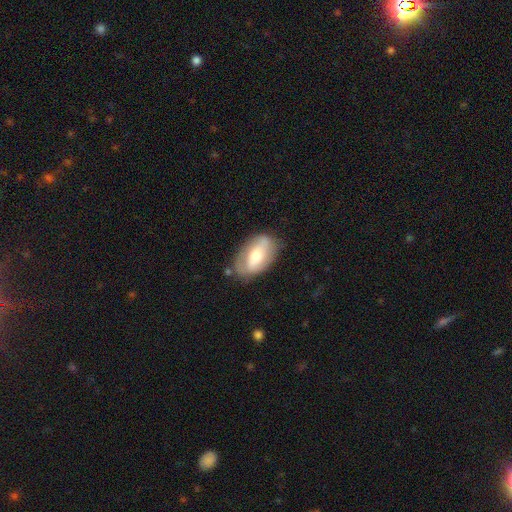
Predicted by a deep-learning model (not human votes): smooth_or_featured: featured or disk (p=0.50) [alt: smooth p=0.44]
merging: none (p=0.71) [alt: minor disturbance p=0.20]